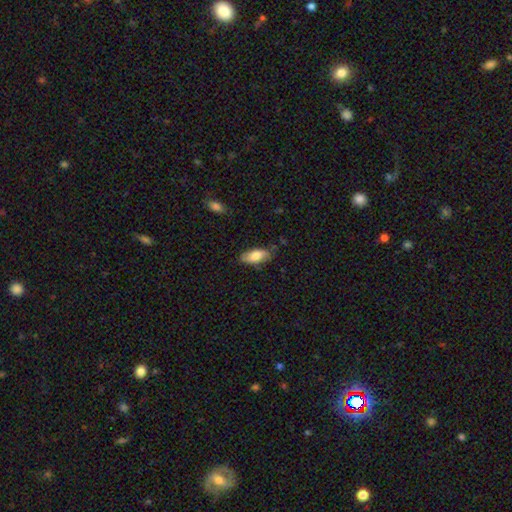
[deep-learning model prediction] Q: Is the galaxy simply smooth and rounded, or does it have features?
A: smooth — 75%.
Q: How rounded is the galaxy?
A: in between — 84%.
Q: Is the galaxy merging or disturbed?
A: none — 74%.